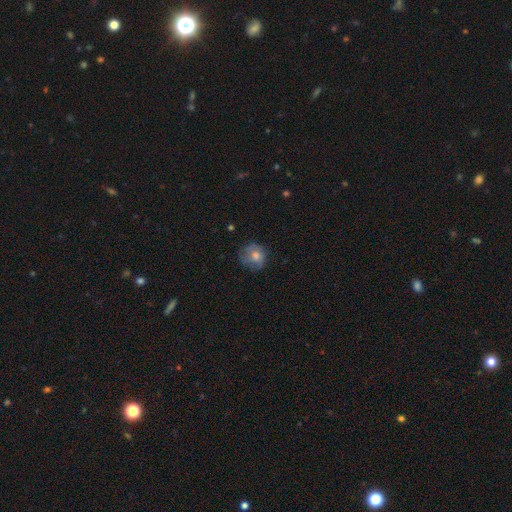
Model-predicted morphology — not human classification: Smooth or featured? smooth (64%)
How rounded? round (84%)
Merging? none (71%)